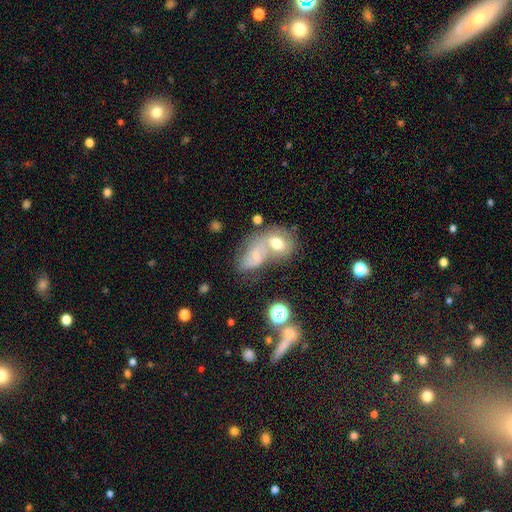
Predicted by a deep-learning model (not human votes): The model was most divided on "smooth or featured": smooth: 46%, featured or disk: 40%, star or artifact: 14%. More confident: merging — merger (58%).